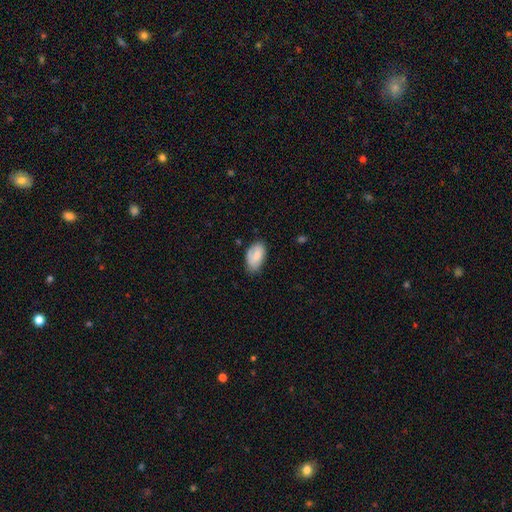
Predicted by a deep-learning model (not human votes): Smooth or featured: smooth — 72% (featured or disk — 21%)
How rounded: in between — 94% (round — 4%)
Merging: none — 63% (minor disturbance — 29%)